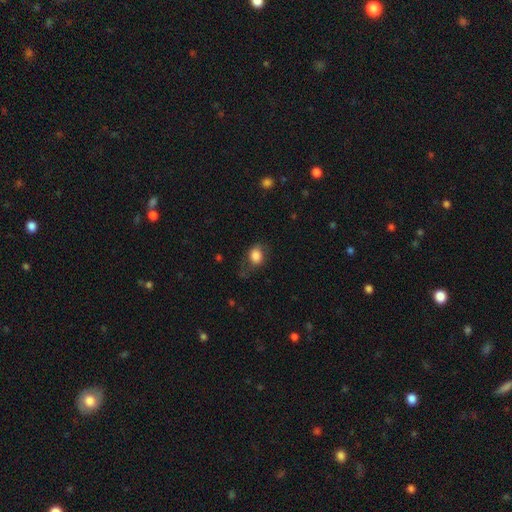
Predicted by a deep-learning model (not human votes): Smooth or featured?
  - smooth: 82% *
  - featured or disk: 10%
  - star or artifact: 8%
How rounded?
  - in between: 58% *
  - round: 40%
  - cigar-shaped: 1%
Merging?
  - none: 58% *
  - minor disturbance: 26%
  - major disturbance: 14%
  - merger: 2%